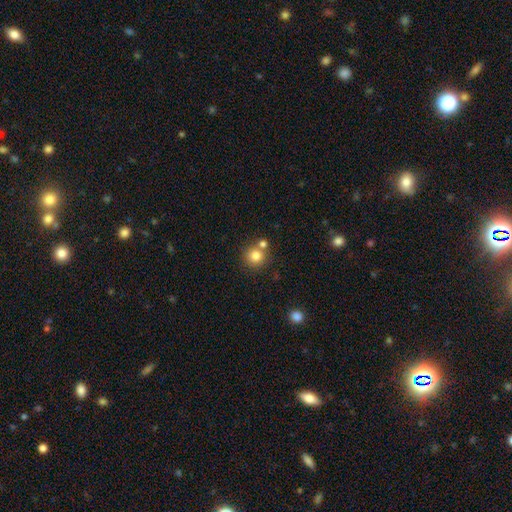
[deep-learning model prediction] Smooth or featured? smooth (81%)
How rounded? round (91%)
Merging? none (65%)